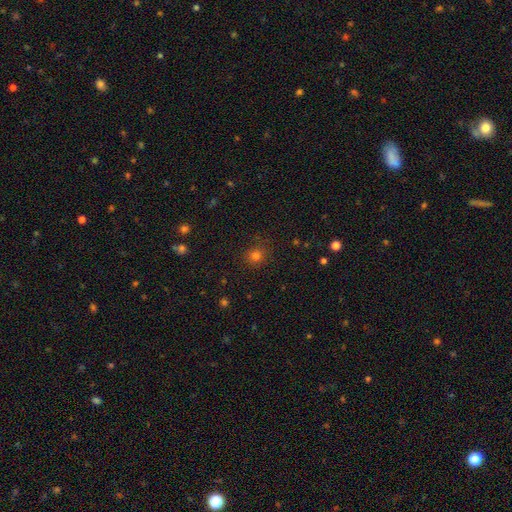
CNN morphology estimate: type=smooth (76%); roundness=round (89%); merging=none (86%).